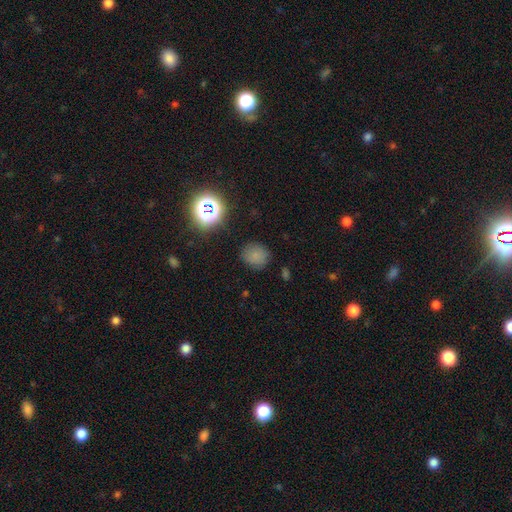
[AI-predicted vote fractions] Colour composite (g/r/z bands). It shows a smooth galaxy with no disk features (75%) that is round (81%). Merging: none (82%).